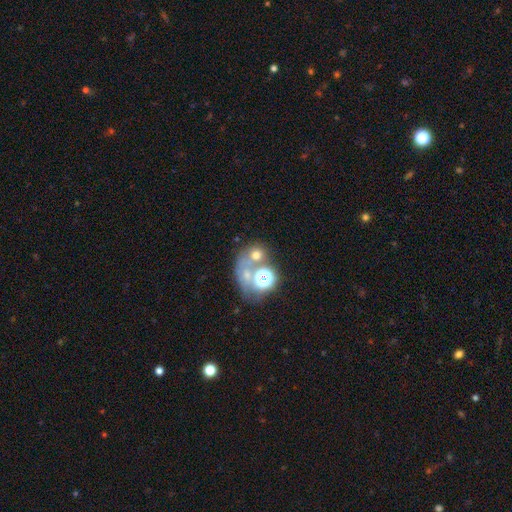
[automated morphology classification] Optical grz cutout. It shows a smooth galaxy with no disk features (54%) that is round (73%). Merging: none (41%).